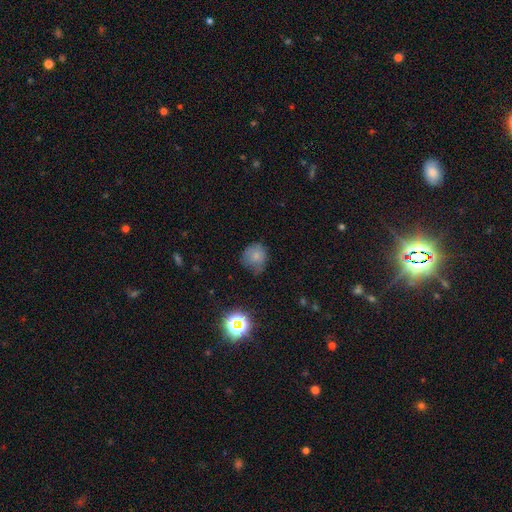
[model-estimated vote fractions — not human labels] A smooth galaxy with no disk features (73%) that is round (82%).

Vote fractions:
- Smooth or featured? smooth: 73% / star or artifact: 16% / featured or disk: 11%
- How rounded? round: 82% / in between: 17% / cigar-shaped: 1%
- Merging? none: 56% / minor disturbance: 32% / major disturbance: 10% / merger: 2%